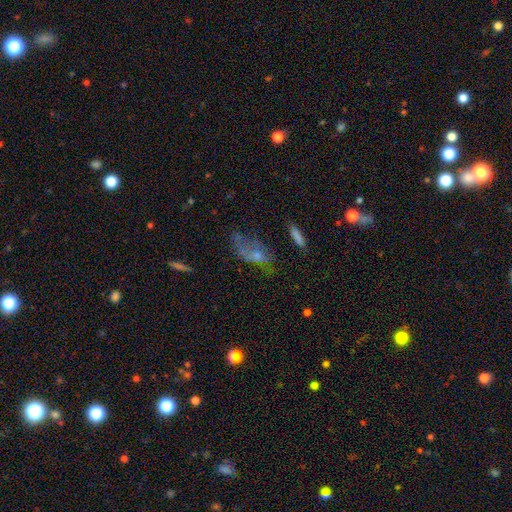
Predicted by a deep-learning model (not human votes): This is possibly a featured or disk galaxy (45%). Merging: marginally major disturbance (38%).